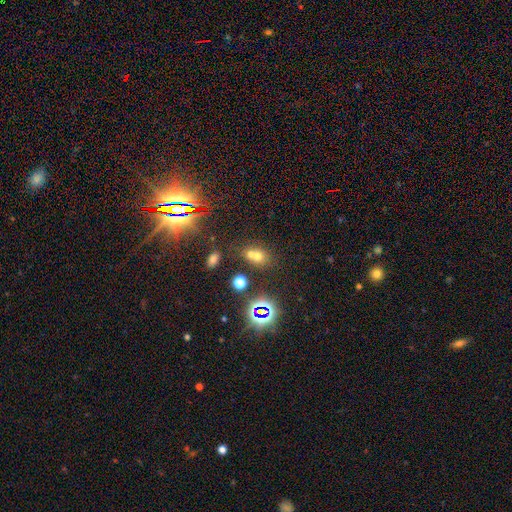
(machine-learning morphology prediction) A smooth galaxy with no disk features (56%) that is round (62%).

Vote fractions:
- Smooth or featured? smooth: 56% / star or artifact: 29% / featured or disk: 15%
- How rounded? round: 62% / in between: 36% / cigar-shaped: 1%
- Merging? merger: 52% / none: 38% / minor disturbance: 7% / major disturbance: 4%